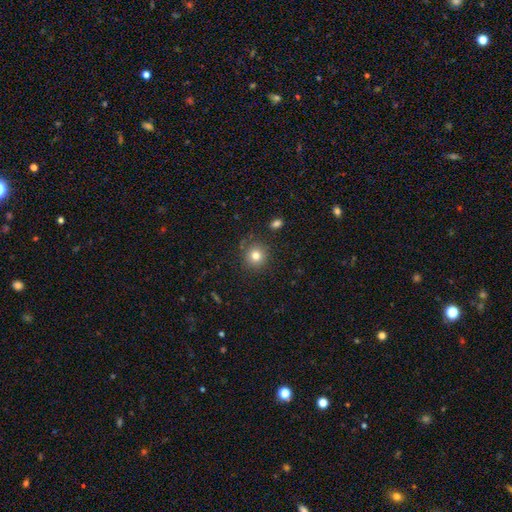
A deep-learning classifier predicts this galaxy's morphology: Overall: smooth (80%). How rounded: round (92%). Merging: none (85%).